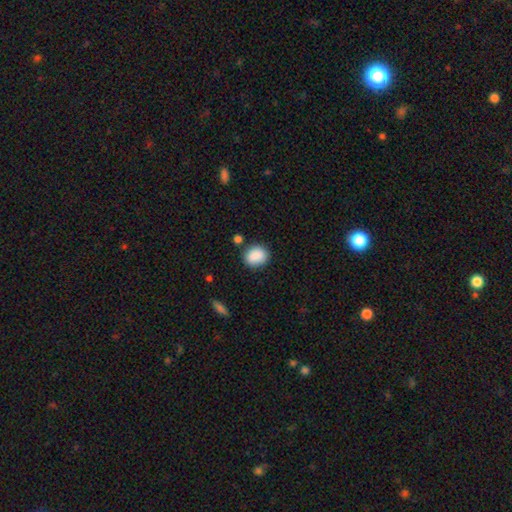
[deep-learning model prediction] A smooth galaxy with no disk features (88%) that is round (59%). Merging: none (81%).